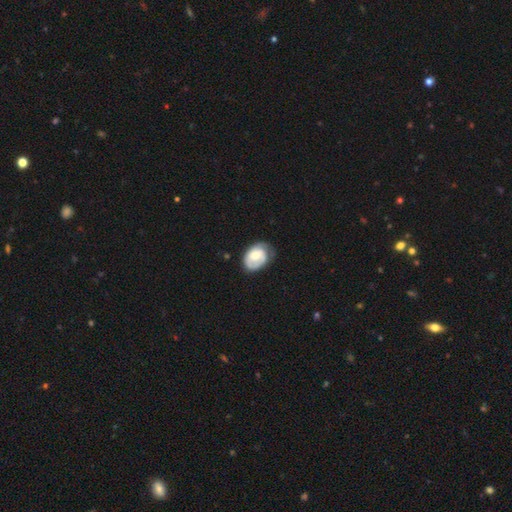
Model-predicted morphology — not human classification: A featured or disk galaxy (48%).

Vote fractions:
- Smooth or featured? featured or disk: 48% / smooth: 46% / star or artifact: 6%
- Merging? none: 52% / minor disturbance: 33% / major disturbance: 13% / merger: 2%